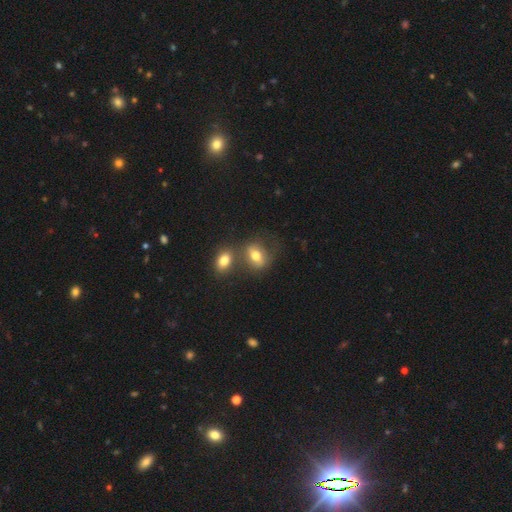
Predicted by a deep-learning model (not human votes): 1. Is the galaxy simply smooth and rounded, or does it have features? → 66% smooth, 24% featured or disk, 10% star or artifact.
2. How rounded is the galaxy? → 73% in between, 24% round, 3% cigar-shaped.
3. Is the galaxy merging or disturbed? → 47% none, 31% merger, 15% minor disturbance, 7% major disturbance.